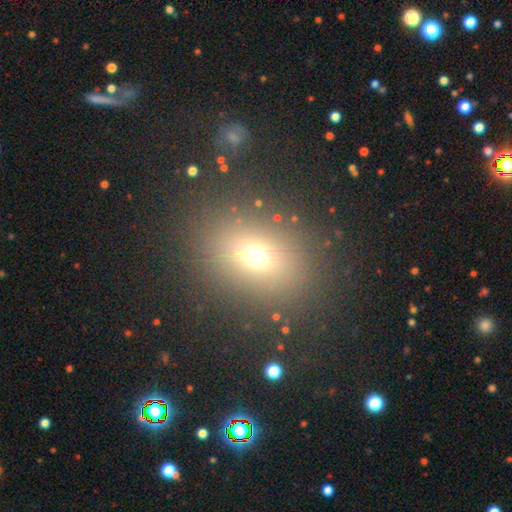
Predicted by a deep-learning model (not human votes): This appears to be a smooth galaxy with no disk features (66%) that is in between round and cigar-shaped (52%). Merging: none (85%).